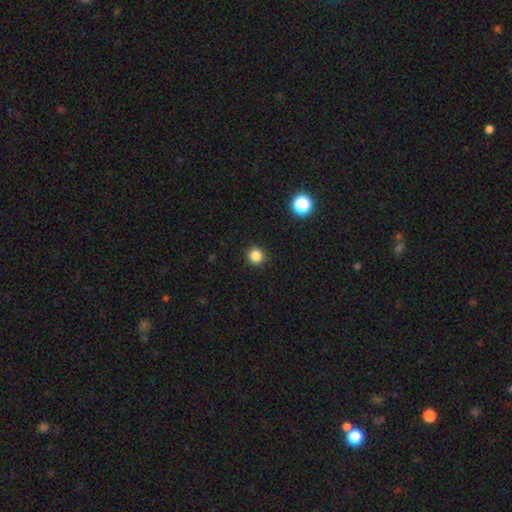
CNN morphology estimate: This is clearly a smooth galaxy (84%). How rounded: clearly round (93%). Merging: clearly none (93%).